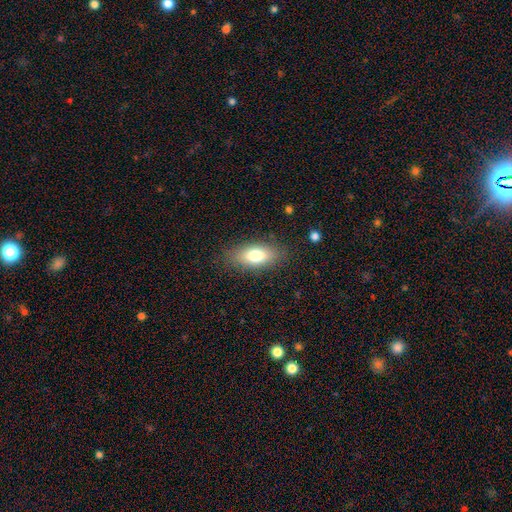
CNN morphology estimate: Smooth or featured: smooth — 76% (featured or disk — 16%)
How rounded: in between — 84% (cigar-shaped — 11%)
Merging: none — 83% (minor disturbance — 12%)